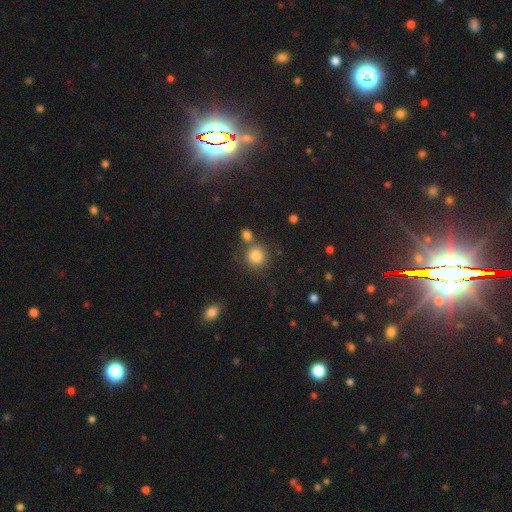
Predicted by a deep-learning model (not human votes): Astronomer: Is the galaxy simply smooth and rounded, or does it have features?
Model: smooth — 83%.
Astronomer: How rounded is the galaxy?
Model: round — 87%.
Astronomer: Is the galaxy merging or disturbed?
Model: none — 66%.